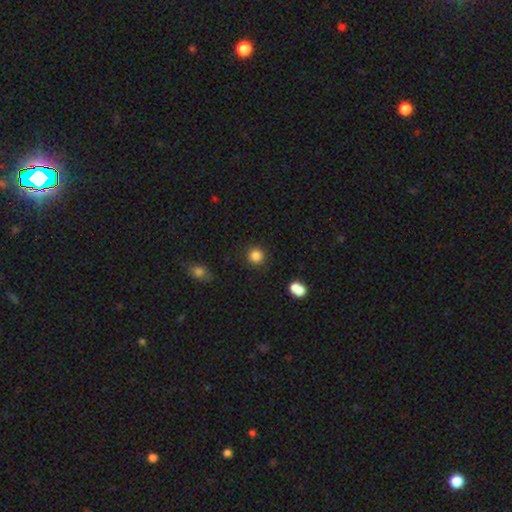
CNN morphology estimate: smooth-or-featured: smooth: 85% | star or artifact: 11% | featured or disk: 4%
  how-rounded: round: 92% | in between: 7% | cigar-shaped: 1%
  merging: none: 88% | minor disturbance: 7% | merger: 3% | major disturbance: 3%